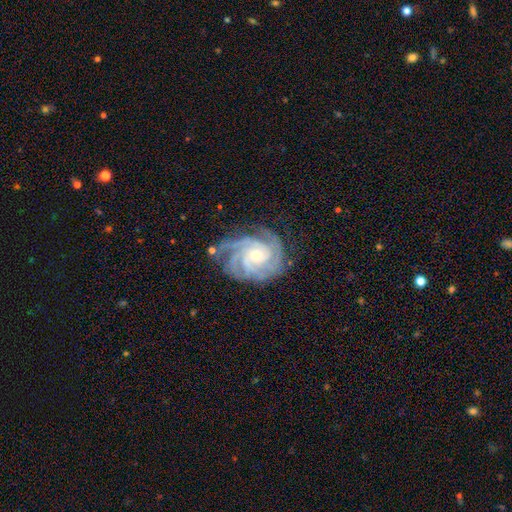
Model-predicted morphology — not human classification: A featured or disk galaxy (91%) with no bar (71%), 4 (40%) tight (74%) spiral arms (99%) and a small central bulge (57%). Merging: none (72%).